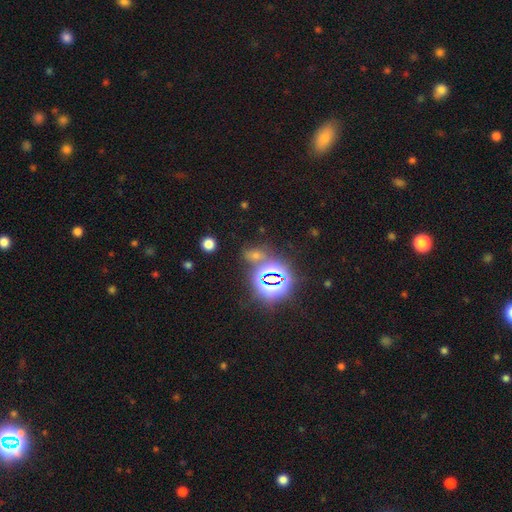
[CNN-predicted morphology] A star or artifact, not a galaxy (65%).

Vote fractions:
- Smooth or featured? star or artifact: 65% / smooth: 25% / featured or disk: 10%